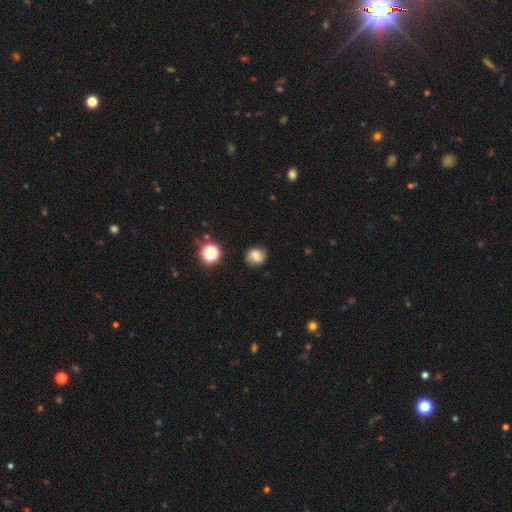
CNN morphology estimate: This appears to be a smooth galaxy with no disk features (68%) that is round (73%). Merging: none (78%).